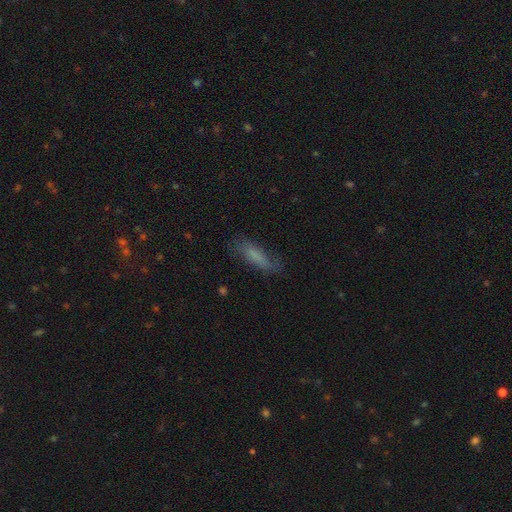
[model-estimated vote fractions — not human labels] Smooth or featured? Predicted: smooth (p=0.71). How rounded? Predicted: cigar-shaped (p=0.53). Merging? Predicted: none (p=0.67).